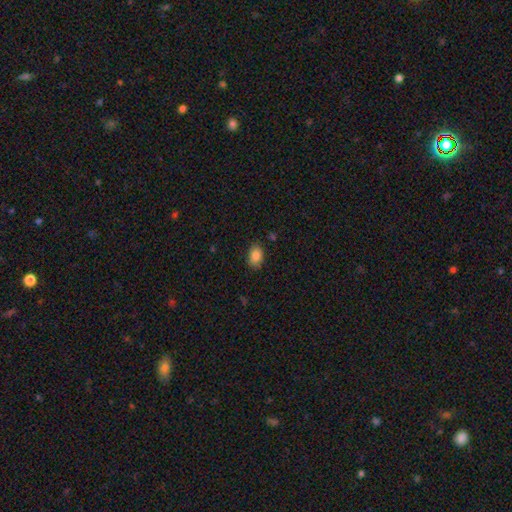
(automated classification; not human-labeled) Smooth or featured? smooth (86%)
How rounded? in between (86%)
Merging? none (85%)